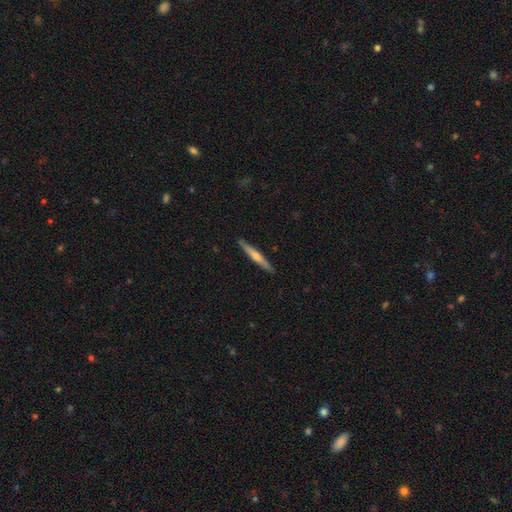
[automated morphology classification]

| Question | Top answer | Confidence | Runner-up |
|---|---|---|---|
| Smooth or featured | featured or disk | 59% | smooth (35%) |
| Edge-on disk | yes | 97% | no (3%) |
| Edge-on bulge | rounded | 71% | none (23%) |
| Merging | none | 91% | minor disturbance (6%) |